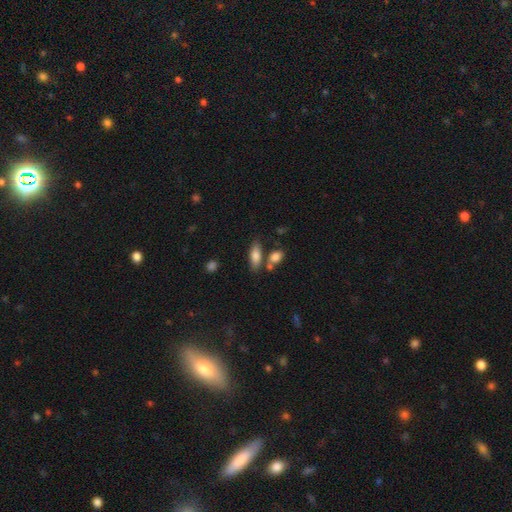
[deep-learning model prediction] Smooth or featured? Predicted: smooth (p=0.79). How rounded? Predicted: in between (p=0.71). Merging? Predicted: none (p=0.67).